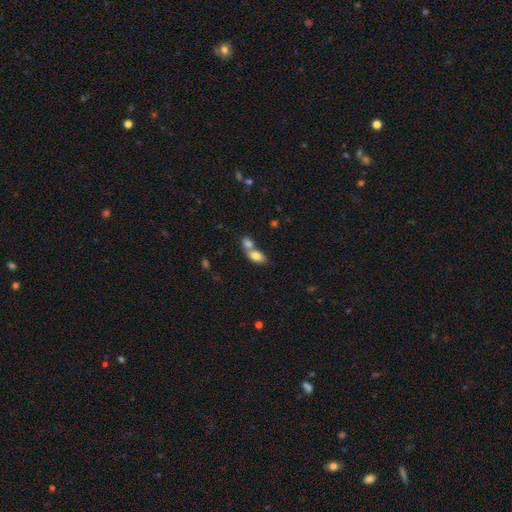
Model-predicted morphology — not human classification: A smooth galaxy with no disk features (79%) that is in between round and cigar-shaped (84%).

Vote fractions:
- Smooth or featured? smooth: 79% / featured or disk: 13% / star or artifact: 8%
- How rounded? in between: 84% / round: 11% / cigar-shaped: 5%
- Merging? merger: 65% / none: 25% / minor disturbance: 7% / major disturbance: 4%